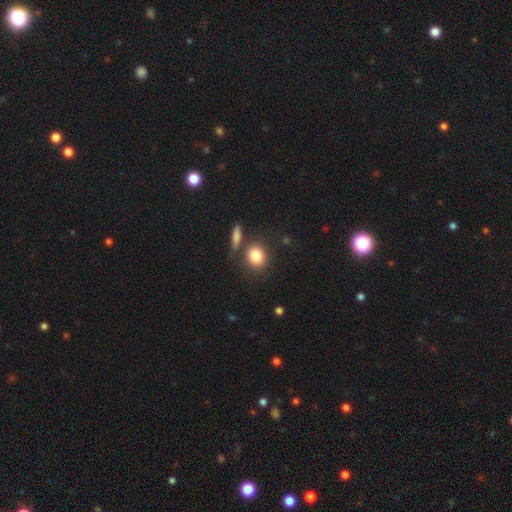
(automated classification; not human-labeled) A smooth galaxy with no disk features (83%) that is round (70%). Merging: none (69%).